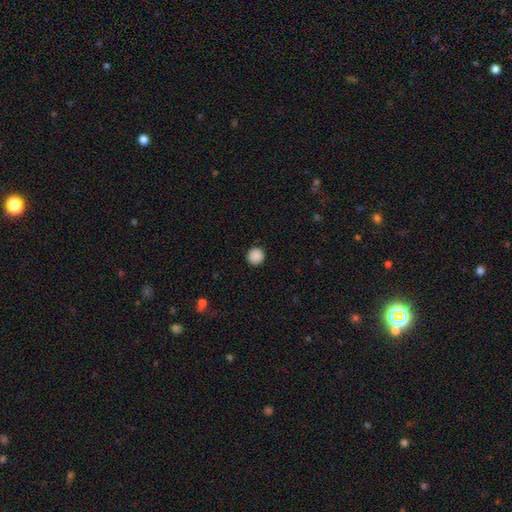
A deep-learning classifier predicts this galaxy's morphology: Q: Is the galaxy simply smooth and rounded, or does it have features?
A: smooth — 89%.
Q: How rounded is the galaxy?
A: round — 94%.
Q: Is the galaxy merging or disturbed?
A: none — 92%.